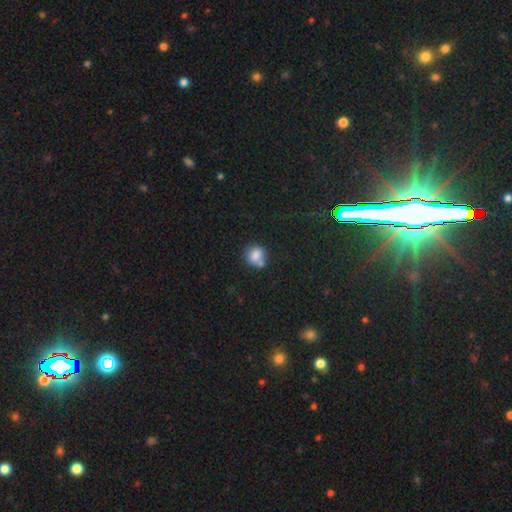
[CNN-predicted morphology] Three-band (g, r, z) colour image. It shows a smooth galaxy with no disk features (80%) that is round (74%). Merging: none (53%).